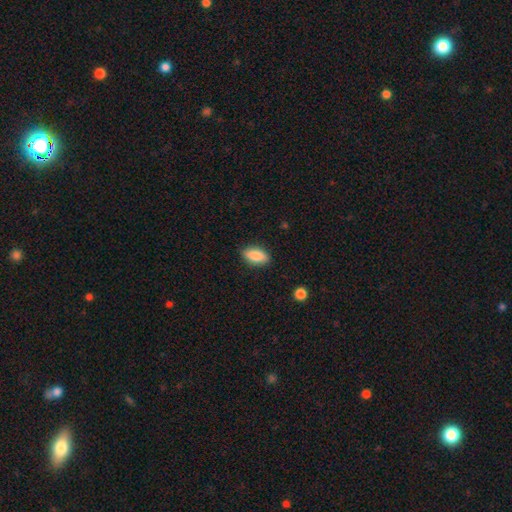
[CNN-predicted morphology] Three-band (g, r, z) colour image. It shows a smooth galaxy with no disk features (86%) that is in between round and cigar-shaped (88%). Merging: none (86%).